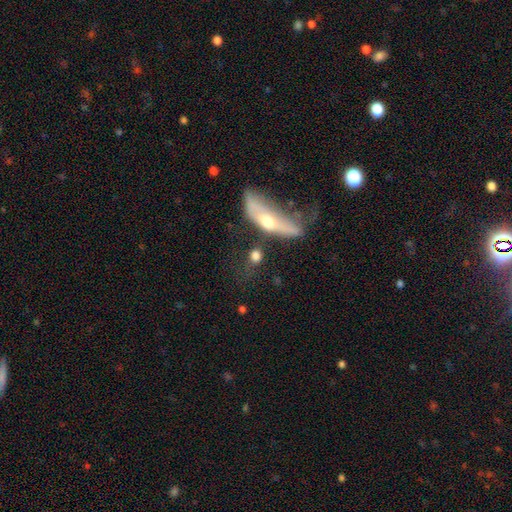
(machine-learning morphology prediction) Smooth or featured? Predicted: smooth (p=0.69). How rounded? Predicted: round (p=0.47). Merging? Predicted: none (p=0.46).